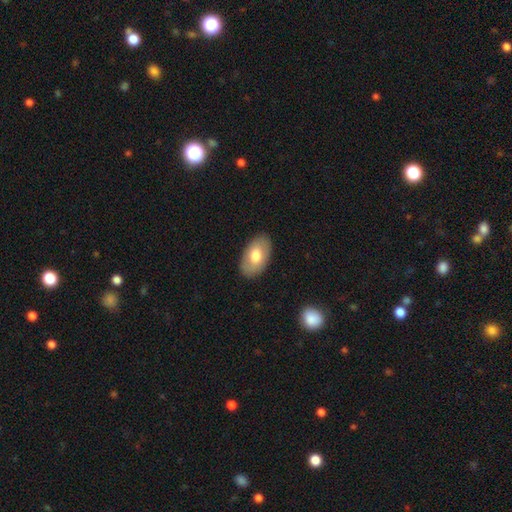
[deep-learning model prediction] smooth 72%, featured or disk 22%, star or artifact 6%. Down the decision tree: how rounded — in between (94%); merging — none (86%).